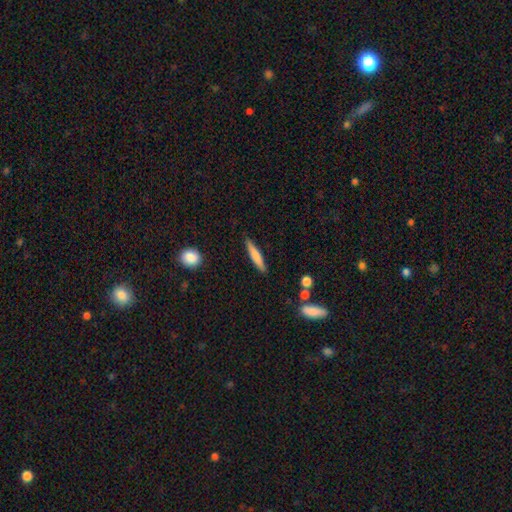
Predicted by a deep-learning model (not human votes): Q: Smooth or featured?
A: smooth (71%); runner-up: featured or disk (23%)
Q: How rounded?
A: cigar-shaped (90%); runner-up: in between (9%)
Q: Merging?
A: none (86%); runner-up: minor disturbance (10%)